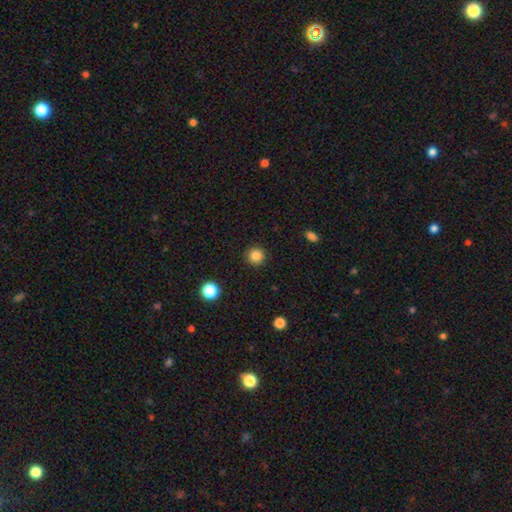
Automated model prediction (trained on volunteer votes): smooth 85%, star or artifact 11%, featured or disk 4%. Down the decision tree: how rounded — round (94%); merging — none (91%).